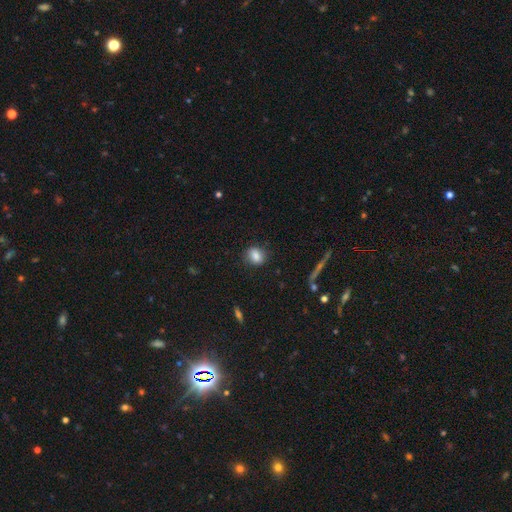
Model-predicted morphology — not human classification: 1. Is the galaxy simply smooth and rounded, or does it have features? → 84% smooth, 9% star or artifact, 7% featured or disk.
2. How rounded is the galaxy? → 52% in between, 46% round, 2% cigar-shaped.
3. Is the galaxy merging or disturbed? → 82% none, 13% minor disturbance, 4% major disturbance, 1% merger.